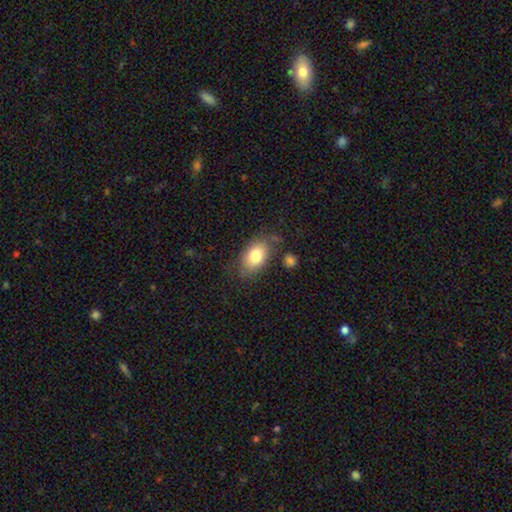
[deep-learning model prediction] A smooth galaxy with no disk features (79%) that is in between round and cigar-shaped (88%). Merging: none (69%).